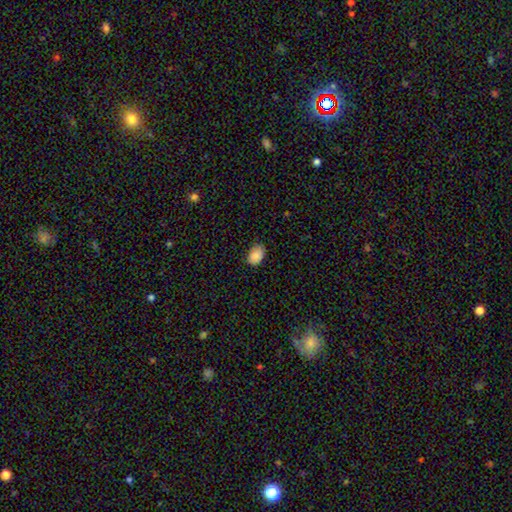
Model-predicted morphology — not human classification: Smooth or featured? smooth (87%)
How rounded? in between (84%)
Merging? none (78%)